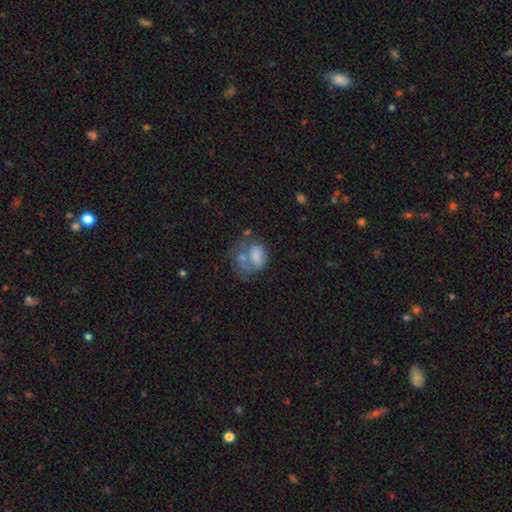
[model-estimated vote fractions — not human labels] A smooth galaxy with no disk features (59%) that is in between round and cigar-shaped (73%).

Vote fractions:
- Smooth or featured? smooth: 59% / featured or disk: 28% / star or artifact: 13%
- How rounded? in between: 73% / round: 25% / cigar-shaped: 2%
- Merging? merger: 31% / major disturbance: 26% / none: 26% / minor disturbance: 18%